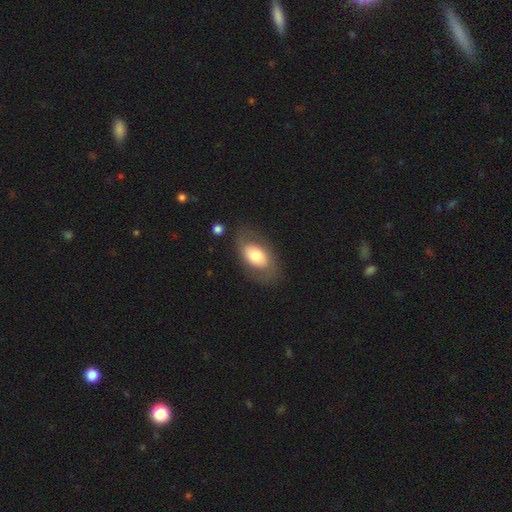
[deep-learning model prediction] Smooth or featured? Predicted: smooth (p=0.56). How rounded? Predicted: in between (p=0.89). Merging? Predicted: none (p=0.75).